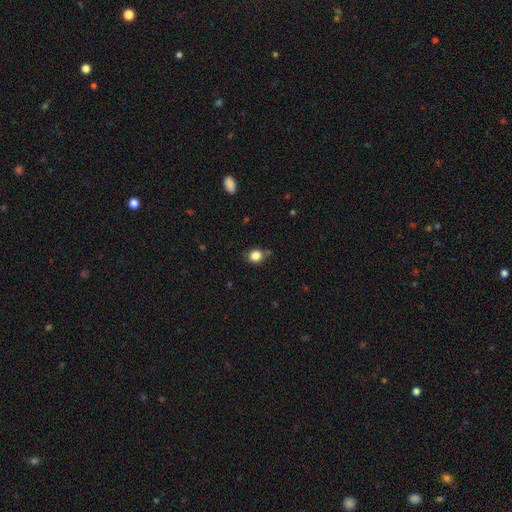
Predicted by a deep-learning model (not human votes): This is clearly a smooth galaxy (84%). How rounded: likely round (70%). Merging: likely none (75%).